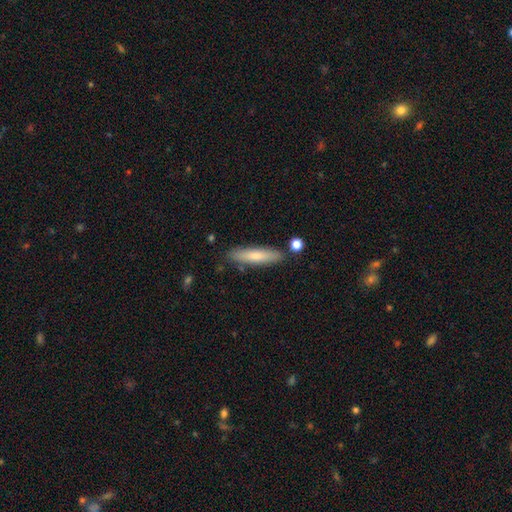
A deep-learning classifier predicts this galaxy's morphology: smooth_or_featured: smooth (p=0.68) [alt: featured or disk p=0.26]
how_rounded: cigar-shaped (p=0.83) [alt: in between p=0.15]
merging: none (p=0.83) [alt: minor disturbance p=0.10]